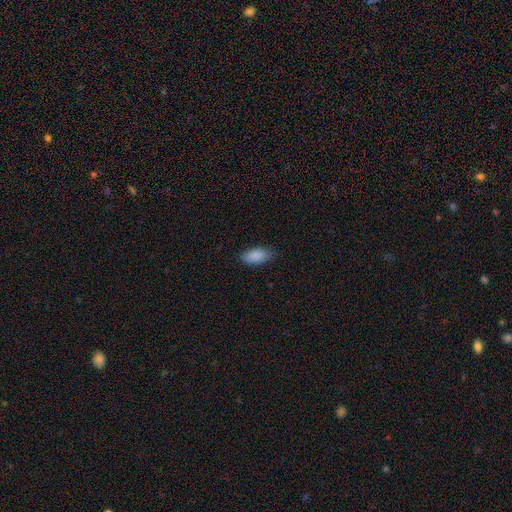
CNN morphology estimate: smooth 89%, star or artifact 7%, featured or disk 4%. Down the decision tree: how rounded — in between (91%); merging — none (80%).